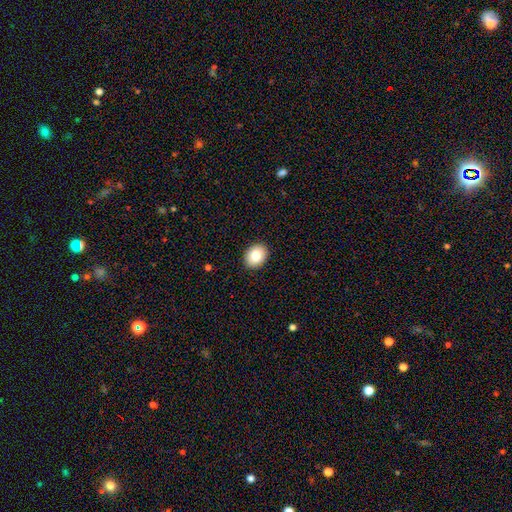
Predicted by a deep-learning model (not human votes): Smooth or featured: smooth — 82% (featured or disk — 9%)
How rounded: in between — 54% (round — 45%)
Merging: none — 91% (minor disturbance — 6%)